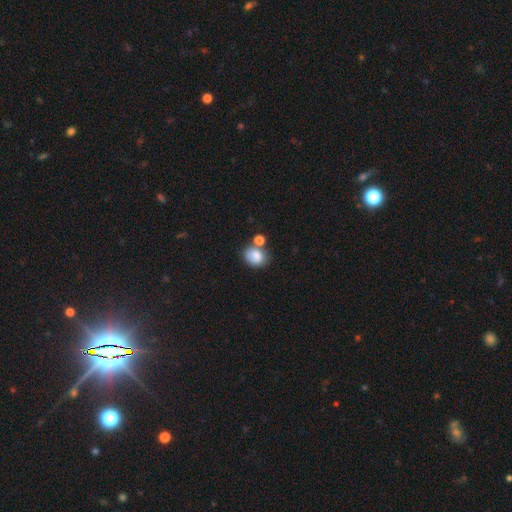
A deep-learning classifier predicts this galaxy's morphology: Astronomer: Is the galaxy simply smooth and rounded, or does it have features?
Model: smooth — 81%.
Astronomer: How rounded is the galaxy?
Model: in between — 52% (runner-up: round, 47%).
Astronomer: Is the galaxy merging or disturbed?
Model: none — 49% (runner-up: merger, 28%).